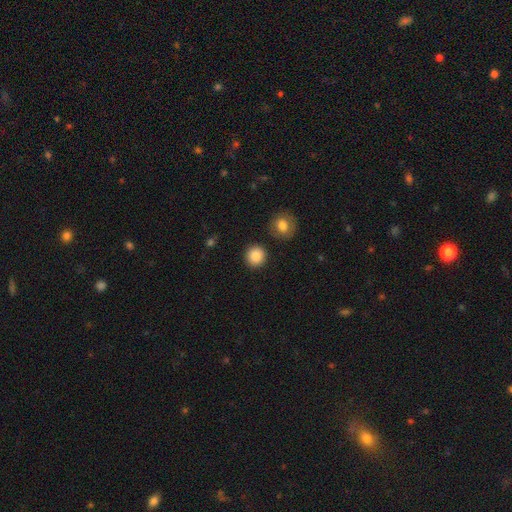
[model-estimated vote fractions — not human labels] Smooth or featured? smooth (88%)
How rounded? round (93%)
Merging? none (90%)